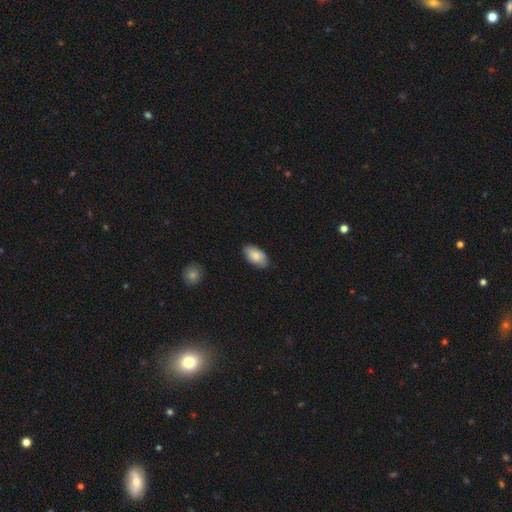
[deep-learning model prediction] The model was most divided on "merging": none: 83%, minor disturbance: 13%, major disturbance: 2%, merger: 1%. More confident: how rounded — in between (95%); smooth or featured — smooth (85%).